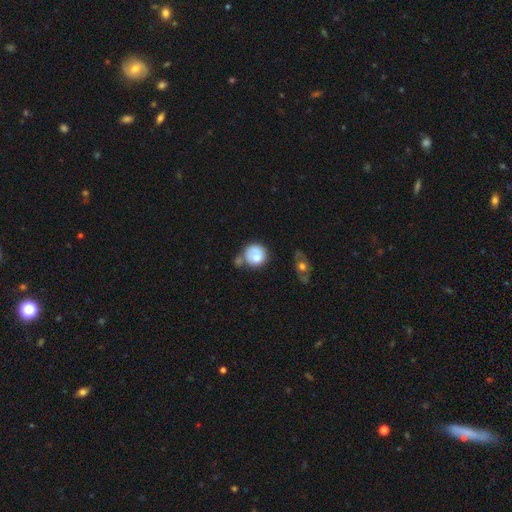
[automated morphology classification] Q: Smooth or featured?
A: smooth (65%); runner-up: featured or disk (28%)
Q: How rounded?
A: round (82%); runner-up: in between (17%)
Q: Merging?
A: none (40%); runner-up: merger (24%)